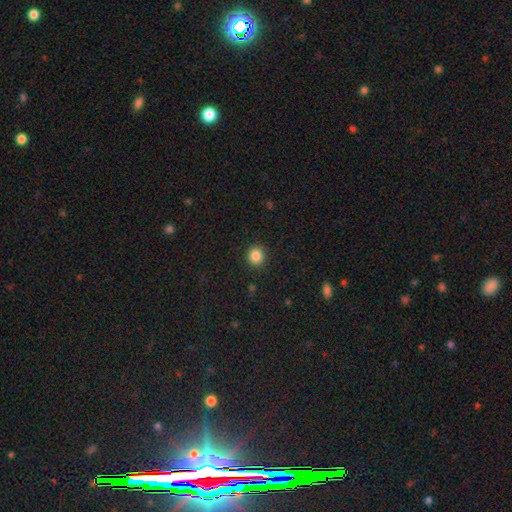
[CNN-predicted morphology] Q: Smooth or featured?
A: smooth (86%); runner-up: star or artifact (10%)
Q: How rounded?
A: round (90%); runner-up: in between (9%)
Q: Merging?
A: none (91%); runner-up: minor disturbance (6%)